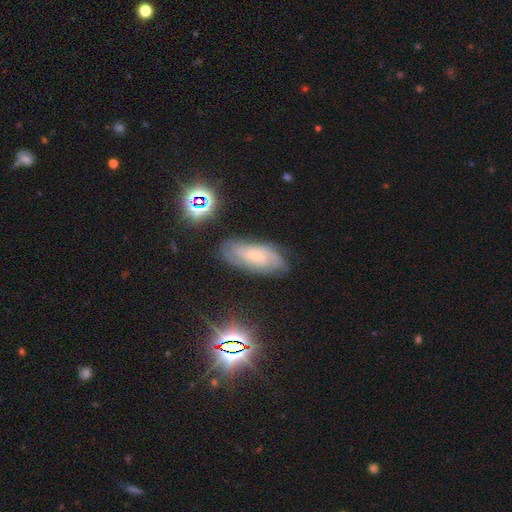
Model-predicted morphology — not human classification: type=featured or disk (73%); edge-on=no (93%); bar=no (63%); spiral arms=yes (94%); winding=tight (59%); arm count=can't tell (40%); bulge=small (76%); merging=none (75%).